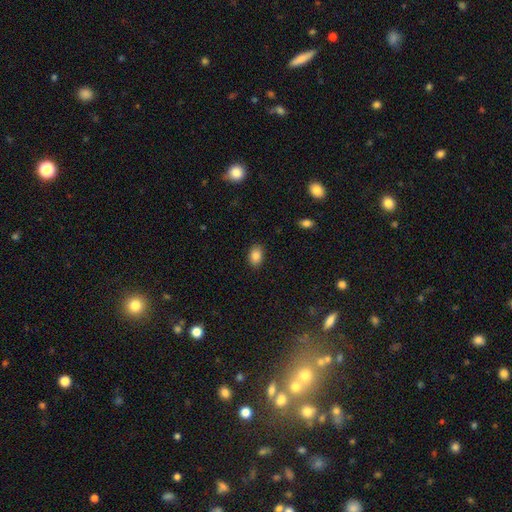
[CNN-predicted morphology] smooth-or-featured: smooth: 86% | star or artifact: 9% | featured or disk: 5%
  how-rounded: in between: 82% | round: 17% | cigar-shaped: 1%
  merging: none: 87% | minor disturbance: 9% | major disturbance: 2% | merger: 1%